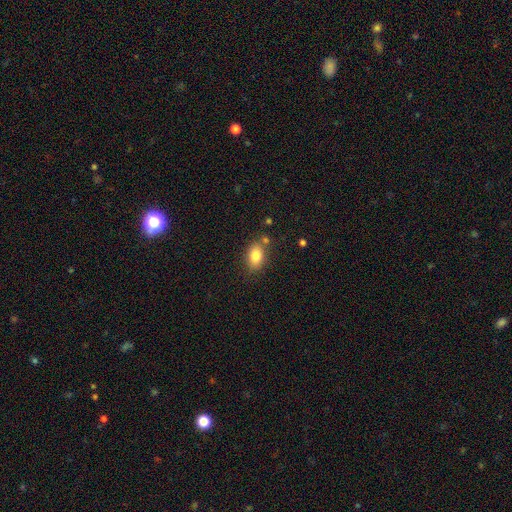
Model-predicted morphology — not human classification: smooth-or-featured: smooth: 83% | featured or disk: 9% | star or artifact: 9%
  how-rounded: in between: 85% | round: 13% | cigar-shaped: 2%
  merging: none: 74% | minor disturbance: 14% | merger: 9% | major disturbance: 4%